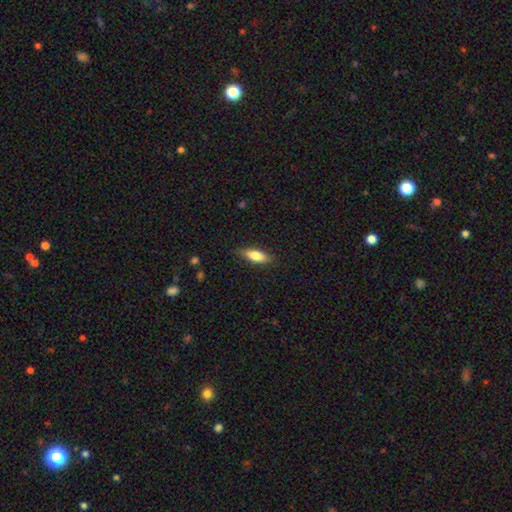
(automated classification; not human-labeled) Smooth or featured?
  - smooth: 74% *
  - featured or disk: 19%
  - star or artifact: 6%
How rounded?
  - in between: 63% *
  - cigar-shaped: 35%
  - round: 2%
Merging?
  - none: 85% *
  - minor disturbance: 11%
  - major disturbance: 2%
  - merger: 1%